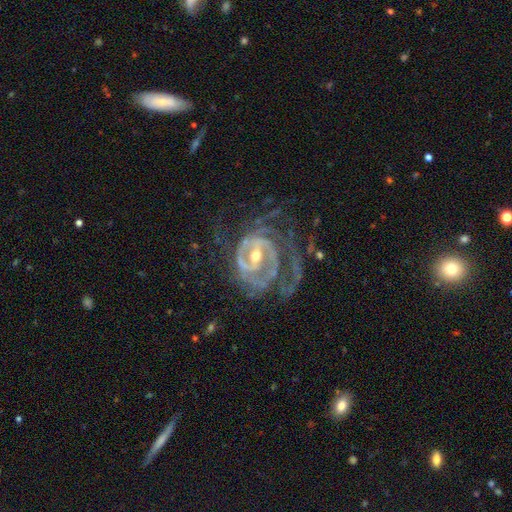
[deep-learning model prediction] A featured or disk galaxy (90%) with a weak bar (39%), 2 (34%) tight (58%) spiral arms (95%) and a moderate central bulge (50%).

Vote fractions:
- Smooth or featured? featured or disk: 90% / star or artifact: 6% / smooth: 4%
- Edge-on disk? no: 97% / yes: 3%
- Bar? weak: 39% / strong: 38% / no: 22%
- Spiral arms? yes: 95% / no: 5%
- Spiral winding? tight: 58% / medium: 33% / loose: 9%
- Spiral arm count? 2: 34% / can't tell: 25% / 3: 18% / 4: 8% / 1: 8% / more than 4: 6%
- Bulge size? moderate: 50% / small: 45% / large: 3% / none: 1% / dominant: 1%
- Merging? none: 49% / major disturbance: 30% / minor disturbance: 19% / merger: 2%